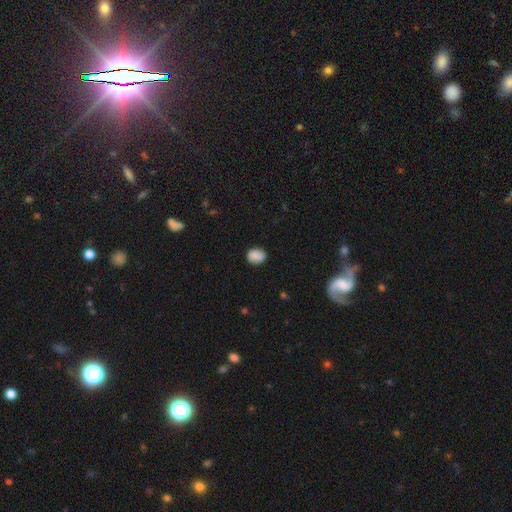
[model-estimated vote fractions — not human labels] Smooth or featured? Predicted: smooth (p=0.85). How rounded? Predicted: round (p=0.50). Merging? Predicted: none (p=0.82).